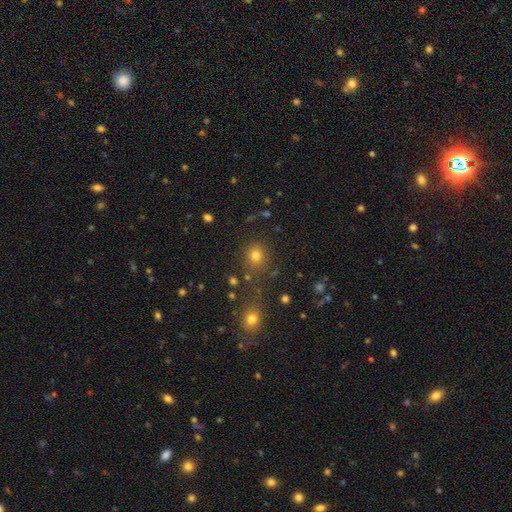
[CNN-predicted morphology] This appears to be a smooth galaxy with no disk features (76%) that is round (86%). Merging: none (79%).